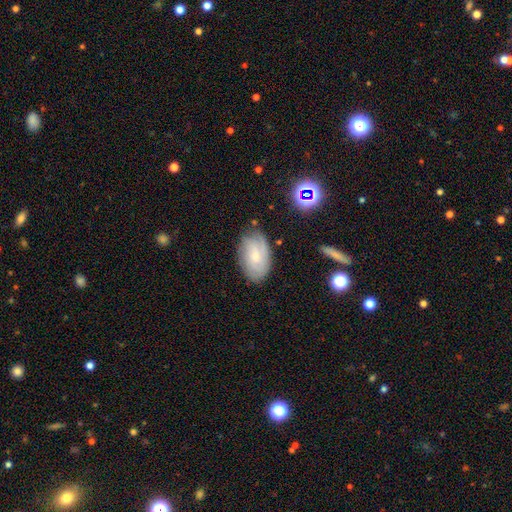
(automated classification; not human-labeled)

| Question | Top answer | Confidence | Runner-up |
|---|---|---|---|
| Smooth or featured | smooth | 49% | featured or disk (42%) |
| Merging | none | 75% | minor disturbance (19%) |